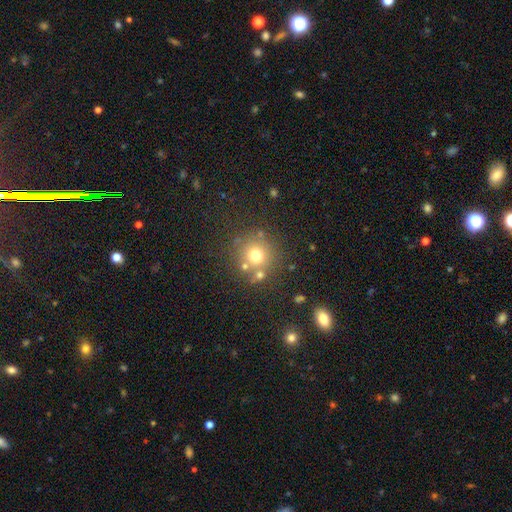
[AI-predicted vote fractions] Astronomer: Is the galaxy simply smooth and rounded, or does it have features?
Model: smooth — 70%.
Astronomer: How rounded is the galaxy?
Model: round — 92%.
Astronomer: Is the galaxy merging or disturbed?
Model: none — 74%.